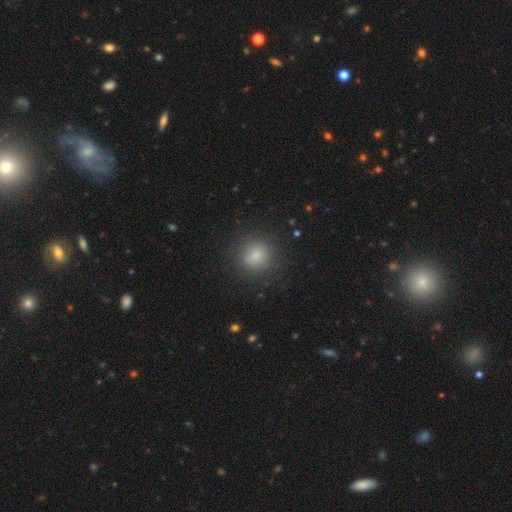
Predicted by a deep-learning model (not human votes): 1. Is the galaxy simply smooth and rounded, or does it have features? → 82% smooth, 11% star or artifact, 7% featured or disk.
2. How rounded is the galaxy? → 86% round, 13% in between, 1% cigar-shaped.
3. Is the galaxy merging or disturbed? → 85% none, 9% minor disturbance, 4% major disturbance, 1% merger.